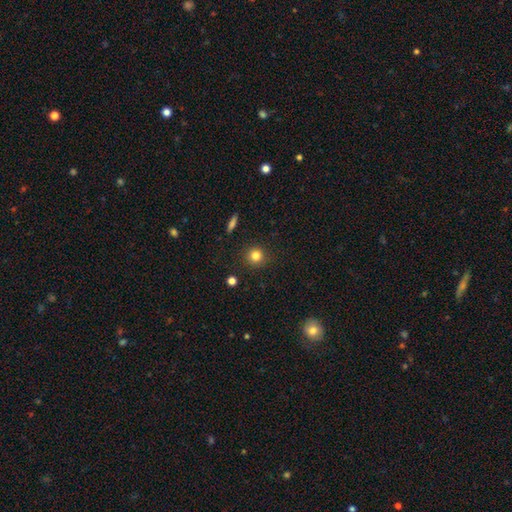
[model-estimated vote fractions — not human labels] Overall: smooth (82%). How rounded: round (93%). Merging: none (90%).